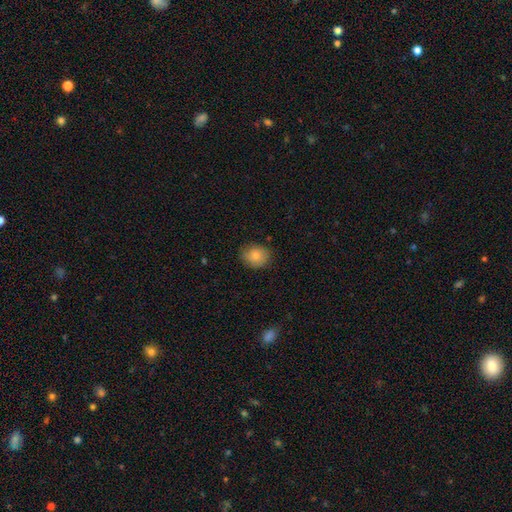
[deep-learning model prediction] Smooth or featured: smooth — 84% (featured or disk — 8%)
How rounded: round — 66% (in between — 33%)
Merging: none — 81% (minor disturbance — 15%)